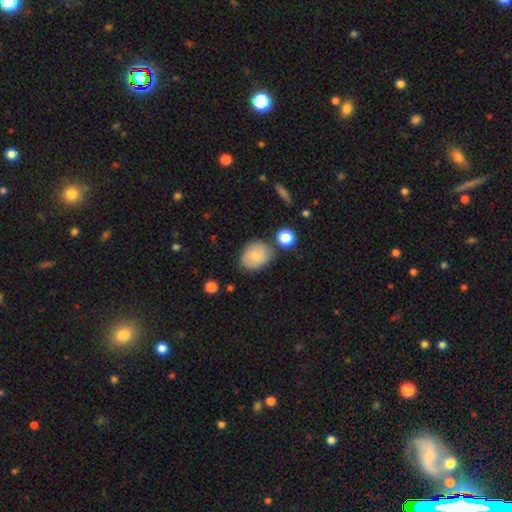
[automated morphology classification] This is likely a smooth galaxy (72%). How rounded: possibly round (51%). Merging: likely none (70%).